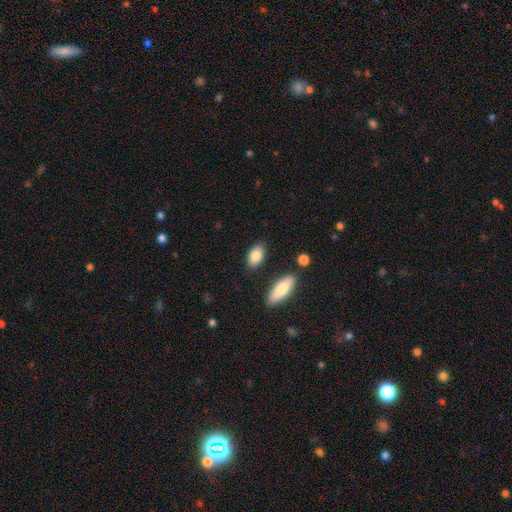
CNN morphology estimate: smooth 85%, featured or disk 9%, star or artifact 7%. Down the decision tree: how rounded — in between (90%); merging — none (83%).